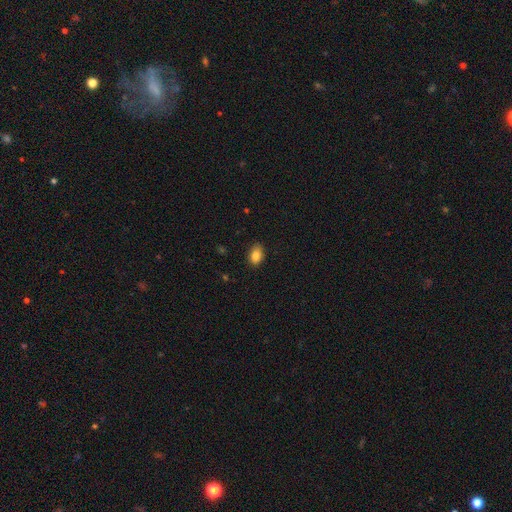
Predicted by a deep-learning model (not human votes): Smooth or featured? smooth (84%)
How rounded? in between (83%)
Merging? none (83%)